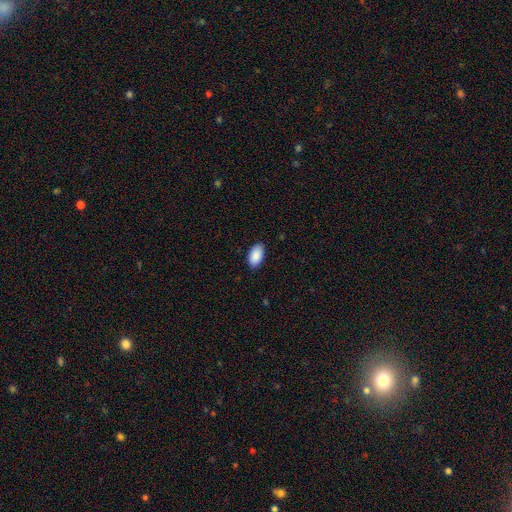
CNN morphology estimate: Smooth or featured: smooth — 90% (star or artifact — 6%)
How rounded: in between — 95% (round — 3%)
Merging: none — 86% (minor disturbance — 11%)